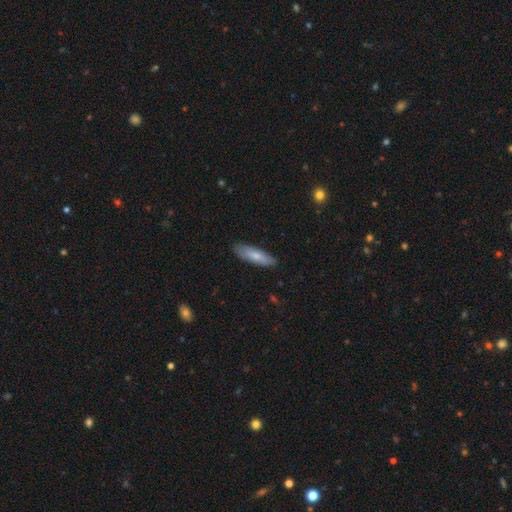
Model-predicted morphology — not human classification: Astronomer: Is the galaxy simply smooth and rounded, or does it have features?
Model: smooth — 72%.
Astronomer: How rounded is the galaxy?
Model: cigar-shaped — 55% (runner-up: in between, 43%).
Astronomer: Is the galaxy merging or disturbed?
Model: none — 85%.